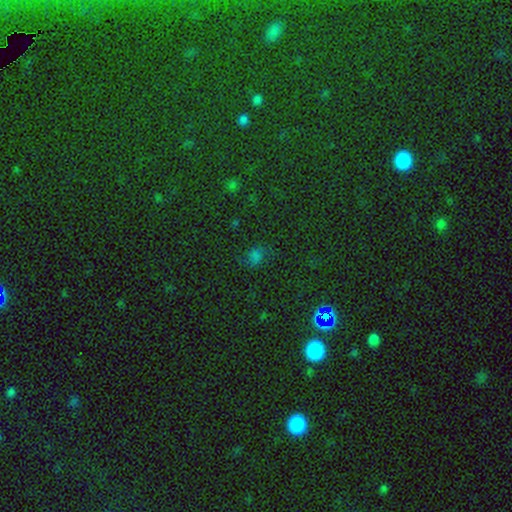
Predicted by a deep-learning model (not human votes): Morphology: type=smooth (47%); merging=none (65%).